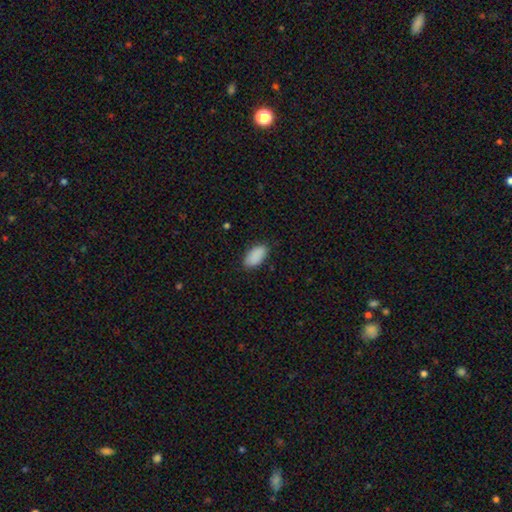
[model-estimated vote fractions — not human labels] A smooth galaxy with no disk features (90%) that is in between round and cigar-shaped (94%).

Vote fractions:
- Smooth or featured? smooth: 90% / star or artifact: 7% / featured or disk: 3%
- How rounded? in between: 94% / cigar-shaped: 3% / round: 3%
- Merging? none: 85% / minor disturbance: 11% / major disturbance: 2% / merger: 1%